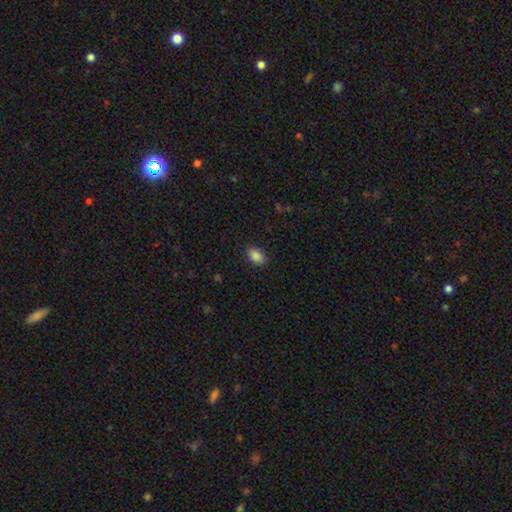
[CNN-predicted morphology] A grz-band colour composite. It shows a smooth galaxy with no disk features (88%) that is in between round and cigar-shaped (88%). Merging: none (88%).